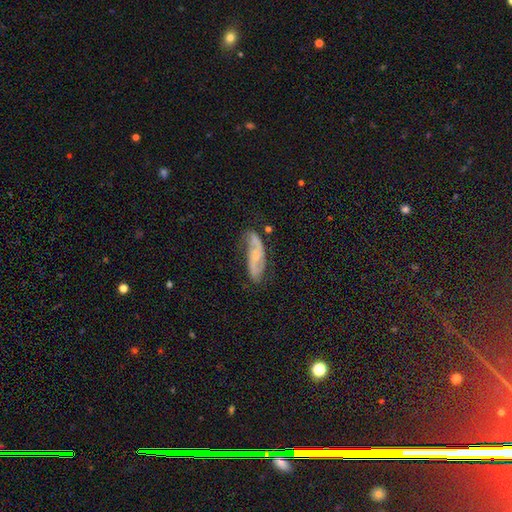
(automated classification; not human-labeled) This is likely a featured or disk galaxy (74%). It is clearly not viewed edge-on (86%). Bar: possibly no (59%). Spiral arm pattern: clearly yes (90%). Spiral arm count: clearly 2 (84%). Spiral winding: marginally medium (42%). Central bulge: likely small (60%). Merging: likely none (68%).